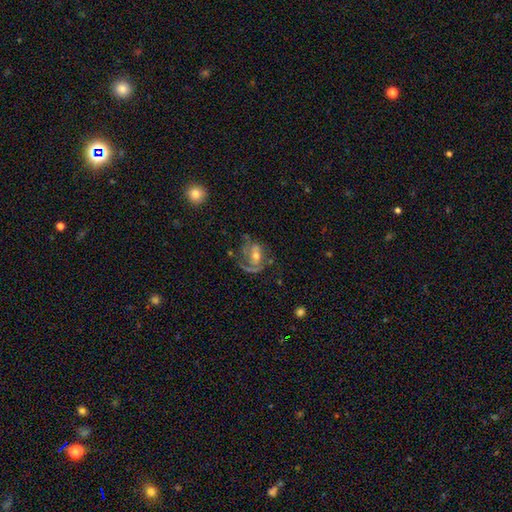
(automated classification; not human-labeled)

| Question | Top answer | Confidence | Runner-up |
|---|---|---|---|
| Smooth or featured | featured or disk | 77% | smooth (14%) |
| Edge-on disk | no | 97% | yes (3%) |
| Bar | no | 50% | weak (36%) |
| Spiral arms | yes | 84% | no (16%) |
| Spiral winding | medium | 45% | tight (28%) |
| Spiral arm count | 2 | 43% | 1 (27%) |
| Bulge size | moderate | 56% | small (37%) |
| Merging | none | 48% | major disturbance (29%) |